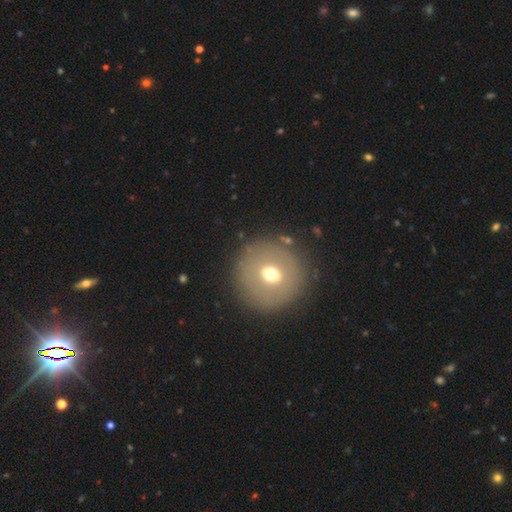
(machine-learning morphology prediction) smooth 58%, featured or disk 29%, star or artifact 13%. Down the decision tree: how rounded — round (94%); merging — none (87%).